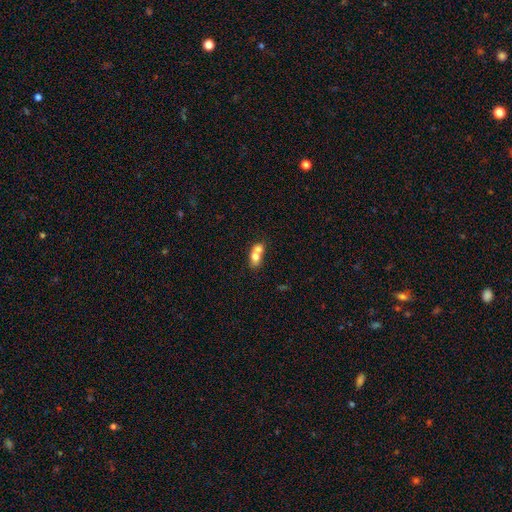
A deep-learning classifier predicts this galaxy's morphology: Q: Smooth or featured?
A: smooth (70%); runner-up: featured or disk (22%)
Q: How rounded?
A: in between (59%); runner-up: round (37%)
Q: Merging?
A: merger (73%); runner-up: none (19%)